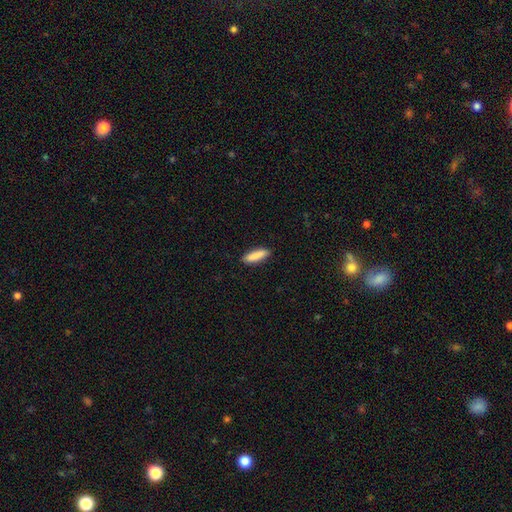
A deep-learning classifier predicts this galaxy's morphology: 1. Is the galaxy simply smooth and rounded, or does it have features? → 88% smooth, 6% featured or disk, 6% star or artifact.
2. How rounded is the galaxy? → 62% cigar-shaped, 36% in between, 2% round.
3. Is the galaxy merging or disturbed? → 89% none, 8% minor disturbance, 2% major disturbance, 1% merger.